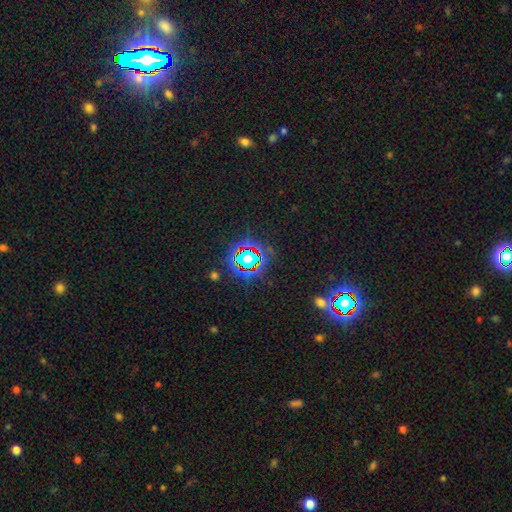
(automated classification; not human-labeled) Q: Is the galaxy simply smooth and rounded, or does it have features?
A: star or artifact — 83%.